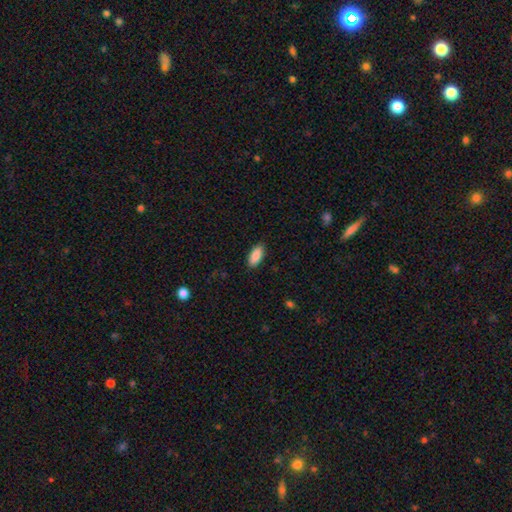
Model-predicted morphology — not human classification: Smooth or featured?
  - smooth: 90% *
  - star or artifact: 6%
  - featured or disk: 4%
How rounded?
  - in between: 86% *
  - cigar-shaped: 12%
  - round: 2%
Merging?
  - none: 88% *
  - minor disturbance: 9%
  - major disturbance: 2%
  - merger: 1%